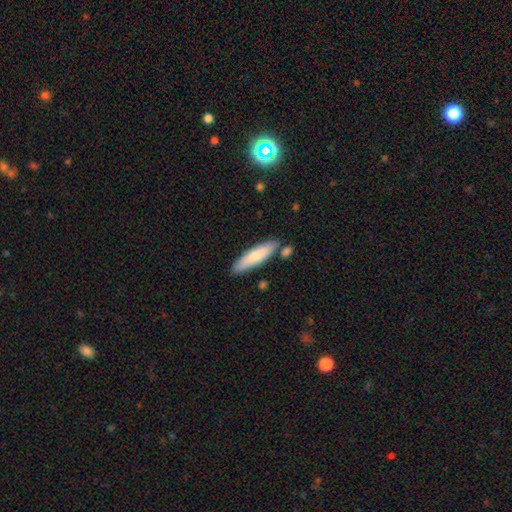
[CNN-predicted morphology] The model was most divided on "how rounded": cigar-shaped: 73%, in between: 25%, round: 1%. More confident: merging — none (79%); smooth or featured — smooth (74%).